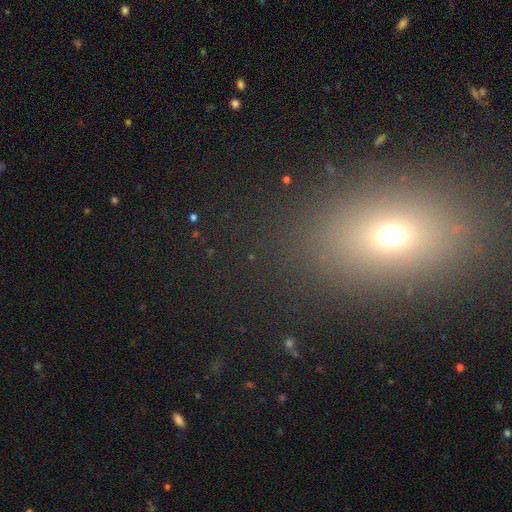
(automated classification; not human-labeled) smooth_or_featured: smooth (p=0.53) [alt: star or artifact p=0.34]
how_rounded: in between (p=0.58) [alt: round p=0.37]
merging: none (p=0.84) [alt: minor disturbance p=0.08]